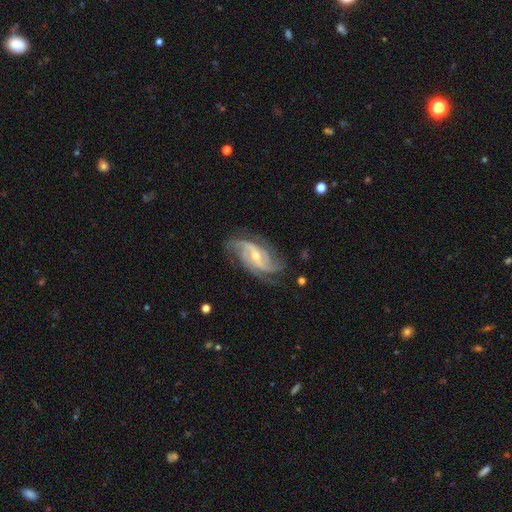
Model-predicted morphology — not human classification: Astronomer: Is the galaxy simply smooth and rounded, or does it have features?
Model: featured or disk — 91%.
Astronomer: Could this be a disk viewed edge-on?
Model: no — 96%.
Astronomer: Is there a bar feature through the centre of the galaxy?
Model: weak — 44% (runner-up: no, 30%).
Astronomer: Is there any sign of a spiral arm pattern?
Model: yes — 98%.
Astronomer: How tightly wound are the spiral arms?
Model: medium — 48% (runner-up: tight, 31%).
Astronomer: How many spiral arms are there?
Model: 3 — 34% (runner-up: 2, 33%).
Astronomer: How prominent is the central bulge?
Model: small — 51% (runner-up: moderate, 46%).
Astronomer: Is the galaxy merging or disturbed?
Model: none — 74%.